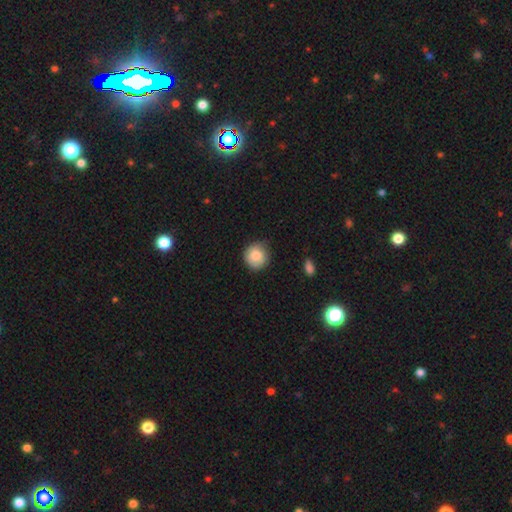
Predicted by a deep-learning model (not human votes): smooth-or-featured: smooth: 83% | featured or disk: 9% | star or artifact: 7%
  how-rounded: round: 89% | in between: 10% | cigar-shaped: 1%
  merging: none: 71% | minor disturbance: 24% | major disturbance: 4% | merger: 1%